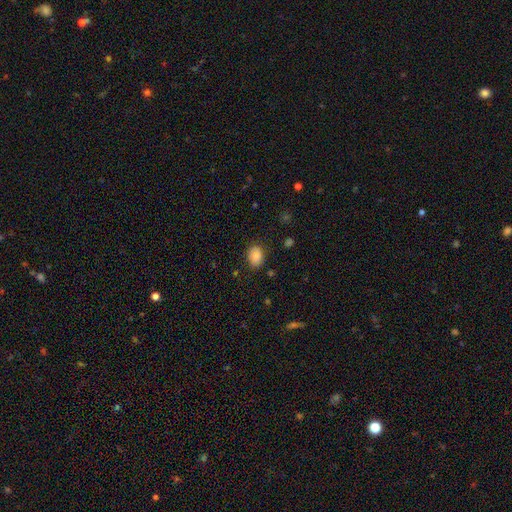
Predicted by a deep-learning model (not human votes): smooth_or_featured: smooth (p=0.87) [alt: star or artifact p=0.08]
how_rounded: in between (p=0.72) [alt: round p=0.27]
merging: none (p=0.81) [alt: minor disturbance p=0.14]